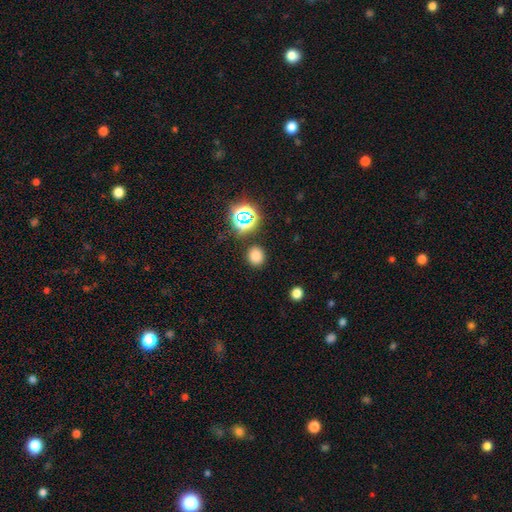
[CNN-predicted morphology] smooth_or_featured: smooth (p=0.76) [alt: star or artifact p=0.19]
how_rounded: round (p=0.80) [alt: in between p=0.19]
merging: none (p=0.87) [alt: minor disturbance p=0.07]